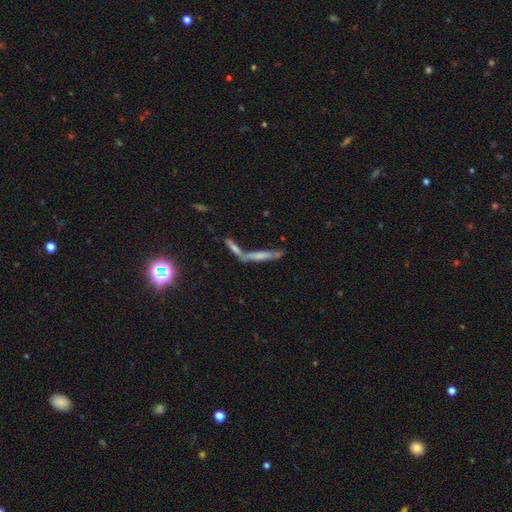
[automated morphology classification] A featured or disk galaxy (44%).

Vote fractions:
- Smooth or featured? featured or disk: 44% / smooth: 35% / star or artifact: 21%
- Merging? merger: 47% / none: 36% / minor disturbance: 10% / major disturbance: 7%